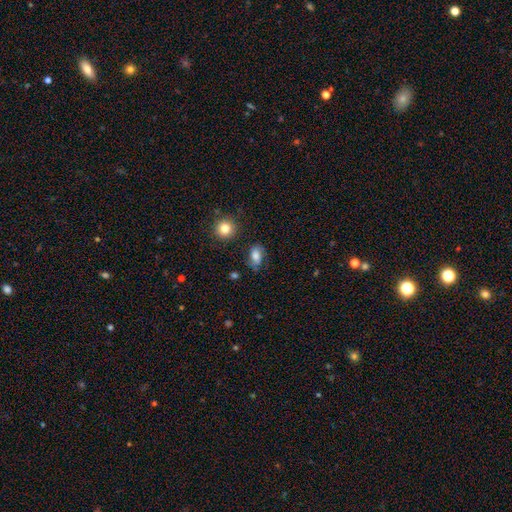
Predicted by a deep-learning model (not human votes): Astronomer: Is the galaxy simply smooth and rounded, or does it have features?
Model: smooth — 69%.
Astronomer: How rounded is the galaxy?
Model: in between — 81%.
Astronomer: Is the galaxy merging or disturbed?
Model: none — 69%.